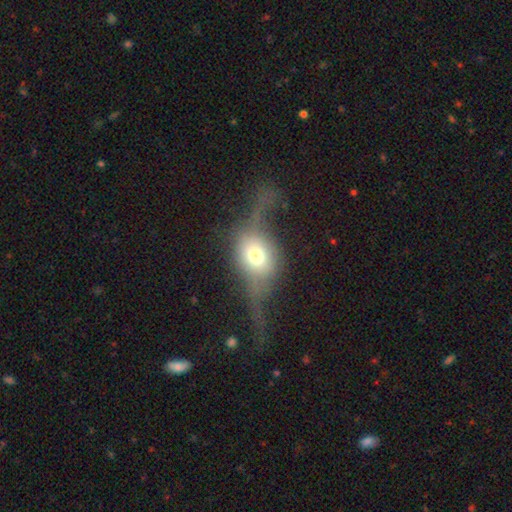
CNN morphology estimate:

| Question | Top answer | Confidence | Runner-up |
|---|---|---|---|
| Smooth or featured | featured or disk | 58% | smooth (33%) |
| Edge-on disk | yes | 64% | no (36%) |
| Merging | major disturbance | 39% | tied: none (39%) |